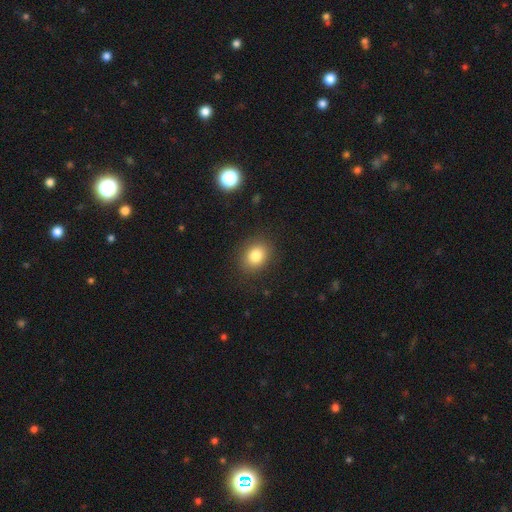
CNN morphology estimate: Smooth or featured? Predicted: smooth (p=0.82). How rounded? Predicted: round (p=0.55). Merging? Predicted: none (p=0.87).